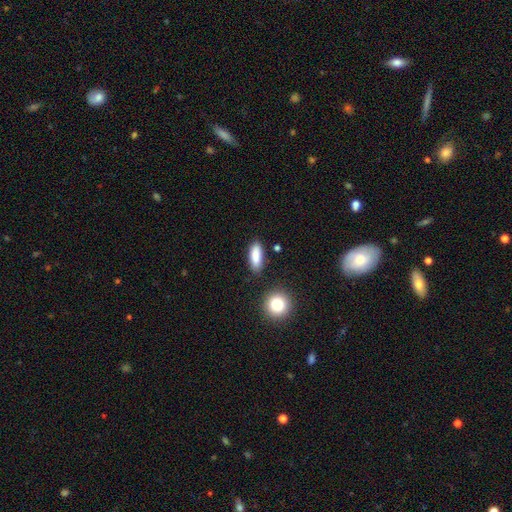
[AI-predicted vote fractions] A smooth galaxy with no disk features (87%) that is in between round and cigar-shaped (65%). Merging: none (81%).